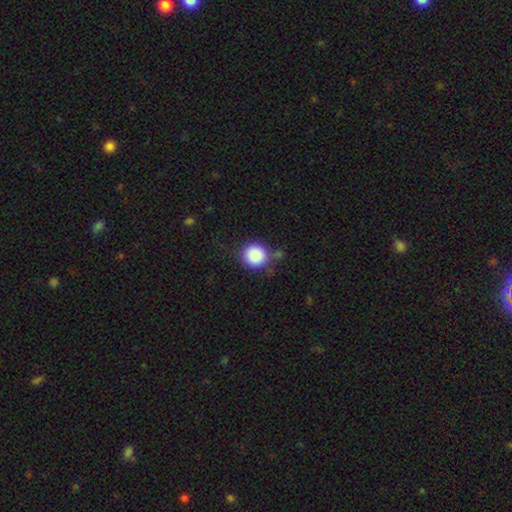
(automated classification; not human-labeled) This appears to be a smooth galaxy with no disk features (88%) that is round (94%). Merging: none (71%).